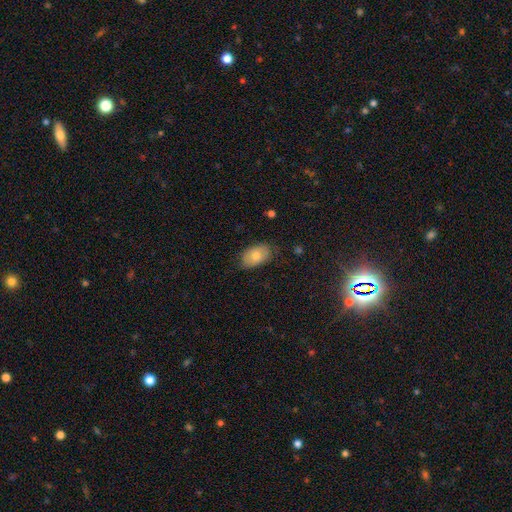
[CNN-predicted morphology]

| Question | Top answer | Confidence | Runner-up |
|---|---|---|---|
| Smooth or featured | smooth | 76% | featured or disk (17%) |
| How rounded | in between | 92% | round (7%) |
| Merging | none | 76% | minor disturbance (19%) |